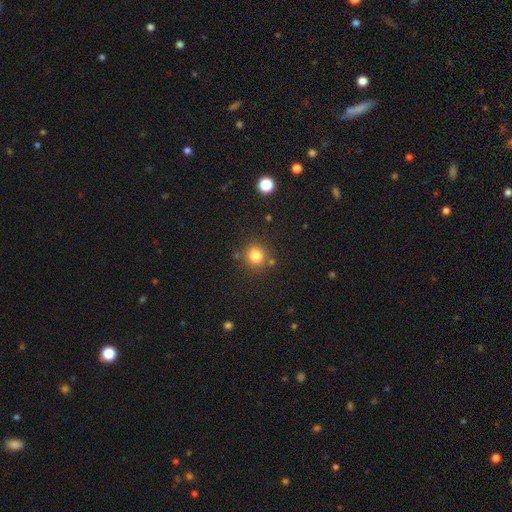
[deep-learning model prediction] Overall: smooth (81%). How rounded: round (90%). Merging: none (81%).